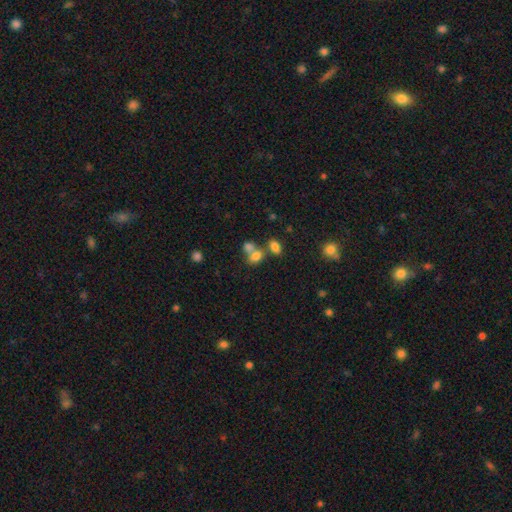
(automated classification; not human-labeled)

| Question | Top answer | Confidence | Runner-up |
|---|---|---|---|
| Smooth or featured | smooth | 75% | star or artifact (14%) |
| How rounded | in between | 67% | round (32%) |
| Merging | merger | 48% | none (38%) |